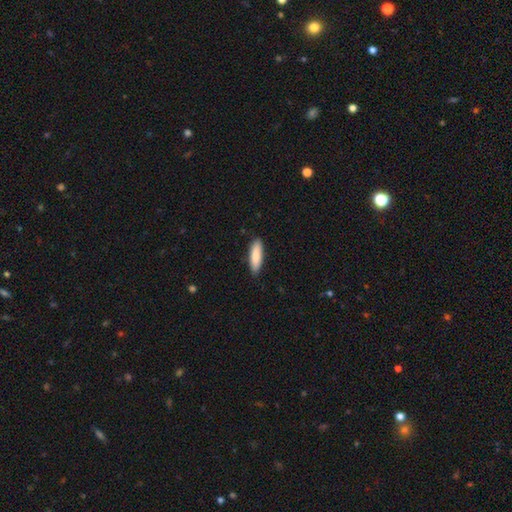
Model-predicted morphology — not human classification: smooth_or_featured: smooth (p=0.87) [alt: featured or disk p=0.07]
how_rounded: cigar-shaped (p=0.57) [alt: in between p=0.42]
merging: none (p=0.87) [alt: minor disturbance p=0.10]